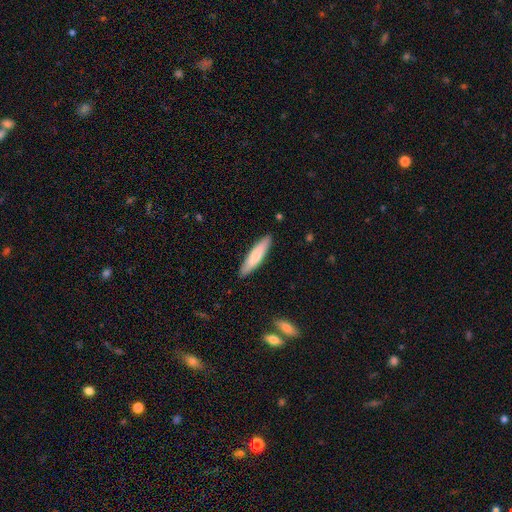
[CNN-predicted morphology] A smooth galaxy with no disk features (76%) that is cigar-shaped (80%).

Vote fractions:
- Smooth or featured? smooth: 76% / featured or disk: 19% / star or artifact: 5%
- How rounded? cigar-shaped: 80% / in between: 19% / round: 1%
- Merging? none: 90% / minor disturbance: 8% / major disturbance: 1% / merger: 1%